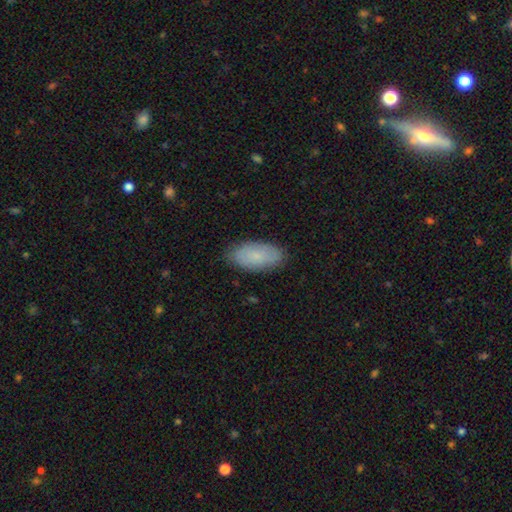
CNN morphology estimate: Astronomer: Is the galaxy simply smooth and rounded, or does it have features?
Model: smooth — 79%.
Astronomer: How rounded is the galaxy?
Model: in between — 93%.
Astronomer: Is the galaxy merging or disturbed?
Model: none — 84%.